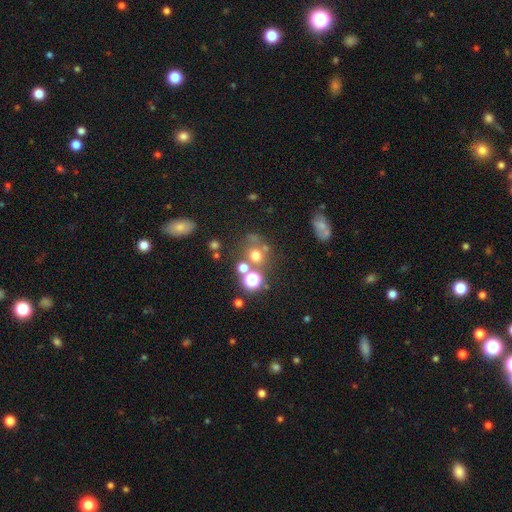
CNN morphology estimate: smooth_or_featured: smooth (p=0.61) [alt: star or artifact p=0.25]
how_rounded: round (p=0.85) [alt: in between p=0.14]
merging: none (p=0.58) [alt: merger p=0.24]